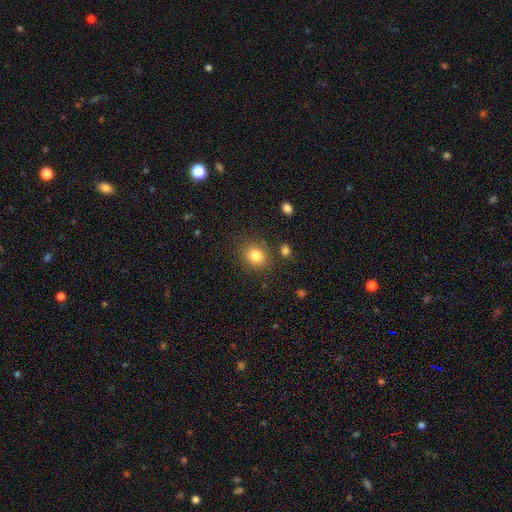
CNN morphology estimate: Smooth or featured: smooth — 82% (star or artifact — 11%)
How rounded: round — 65% (in between — 34%)
Merging: none — 81% (minor disturbance — 11%)